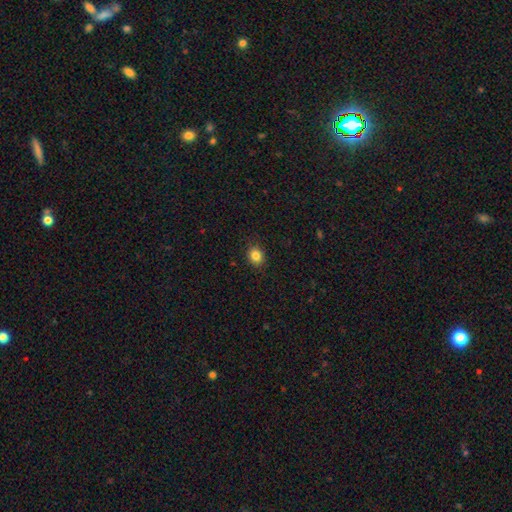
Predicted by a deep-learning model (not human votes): Overall: smooth (84%). How rounded: round (64%; in between 35%). Merging: none (89%).